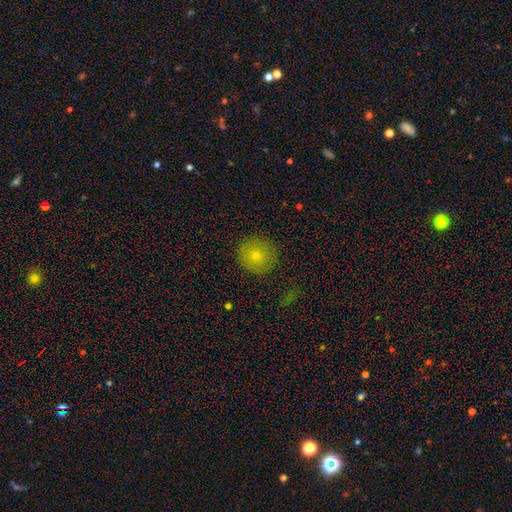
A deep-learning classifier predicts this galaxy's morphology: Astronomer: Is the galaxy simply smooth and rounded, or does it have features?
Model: smooth — 79%.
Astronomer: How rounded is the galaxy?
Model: round — 93%.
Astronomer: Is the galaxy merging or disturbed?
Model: none — 87%.